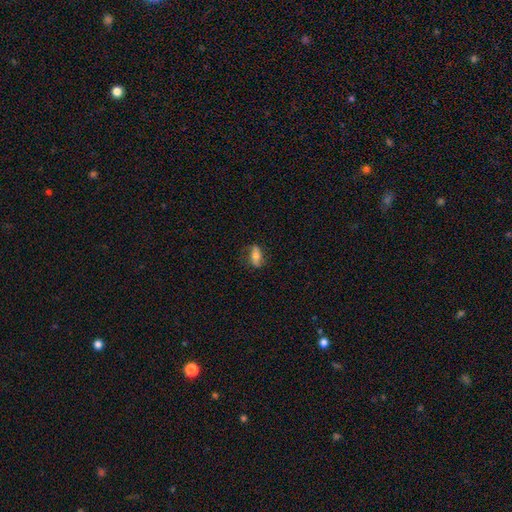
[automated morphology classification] Smooth or featured?
  - smooth: 61% *
  - featured or disk: 31%
  - star or artifact: 8%
How rounded?
  - in between: 78% *
  - cigar-shaped: 16%
  - round: 6%
Merging?
  - none: 74% *
  - minor disturbance: 19%
  - major disturbance: 6%
  - merger: 1%